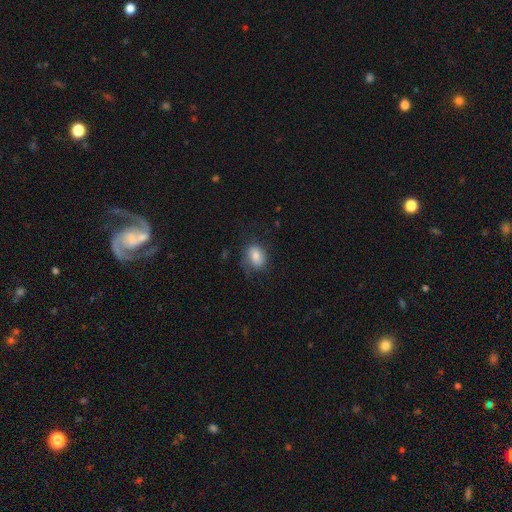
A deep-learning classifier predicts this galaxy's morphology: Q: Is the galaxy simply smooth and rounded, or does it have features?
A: smooth — 74%.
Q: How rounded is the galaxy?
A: in between — 62%.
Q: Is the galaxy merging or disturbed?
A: none — 66%.